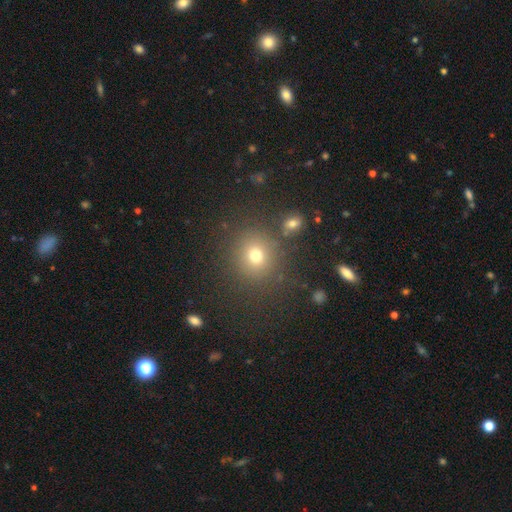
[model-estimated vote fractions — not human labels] The model was most divided on "smooth or featured": smooth: 73%, star or artifact: 19%, featured or disk: 8%. More confident: how rounded — round (85%); merging — none (83%).